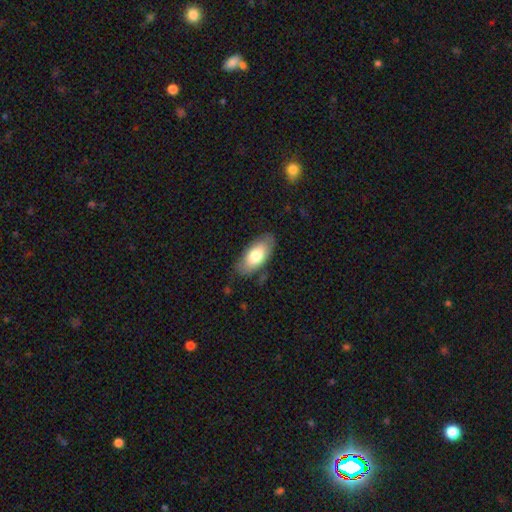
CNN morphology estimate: smooth 75%, featured or disk 19%, star or artifact 6%. Down the decision tree: how rounded — in between (90%); merging — none (79%).